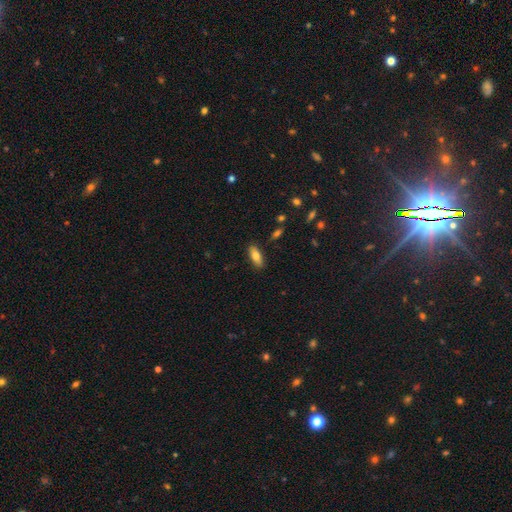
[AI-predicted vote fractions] Q: Smooth or featured?
A: smooth (77%); runner-up: featured or disk (16%)
Q: How rounded?
A: in between (76%); runner-up: cigar-shaped (21%)
Q: Merging?
A: none (87%); runner-up: minor disturbance (10%)